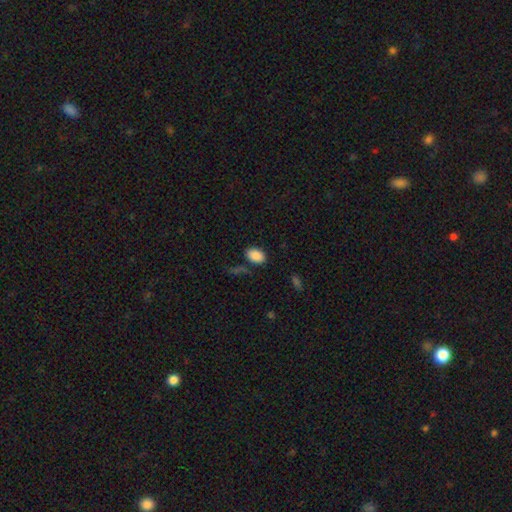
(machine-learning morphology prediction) A smooth galaxy with no disk features (88%) that is in between round and cigar-shaped (89%). Merging: none (77%).